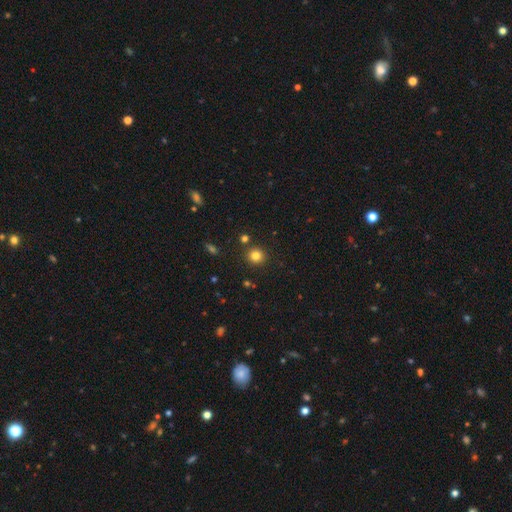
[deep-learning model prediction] smooth 82%, star or artifact 13%, featured or disk 5%. Down the decision tree: how rounded — round (91%); merging — none (88%).